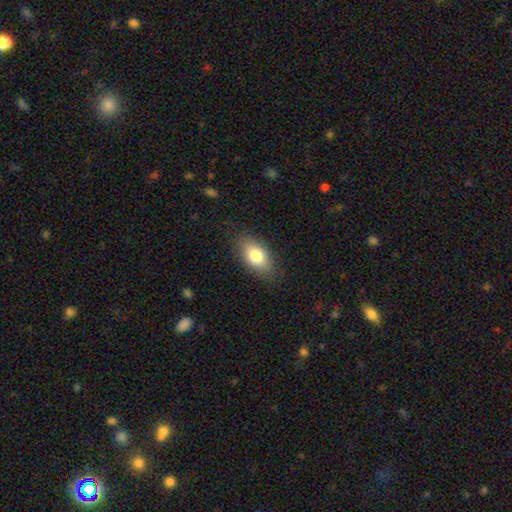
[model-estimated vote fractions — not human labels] A smooth galaxy with no disk features (78%) that is in between round and cigar-shaped (88%).

Vote fractions:
- Smooth or featured? smooth: 78% / featured or disk: 14% / star or artifact: 8%
- How rounded? in between: 88% / round: 8% / cigar-shaped: 4%
- Merging? none: 85% / minor disturbance: 11% / major disturbance: 3% / merger: 1%